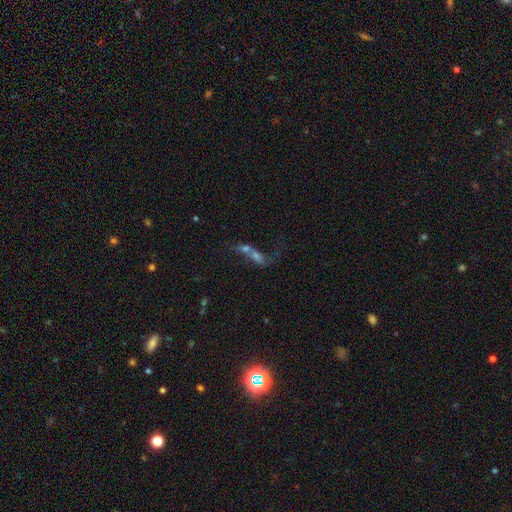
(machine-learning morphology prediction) featured or disk 47%, smooth 35%, star or artifact 18%. Down the decision tree: merging — merger (66%).